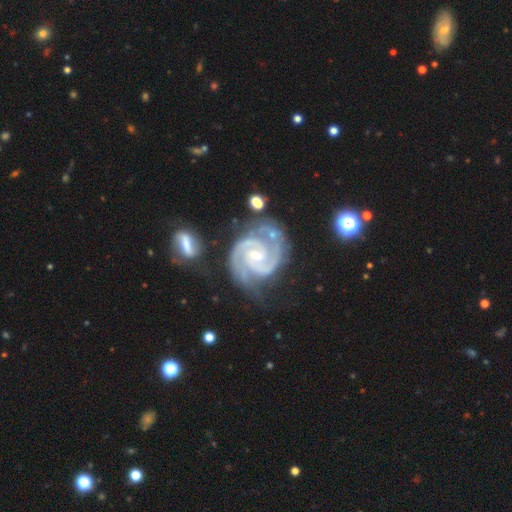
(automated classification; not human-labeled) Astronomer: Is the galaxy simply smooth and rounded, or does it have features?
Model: featured or disk — 93%.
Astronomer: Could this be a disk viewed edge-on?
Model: no — 98%.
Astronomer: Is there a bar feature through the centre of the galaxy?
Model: weak — 47% (runner-up: no, 33%).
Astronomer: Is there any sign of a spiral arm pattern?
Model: yes — 99%.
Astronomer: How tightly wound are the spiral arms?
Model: tight — 58% (runner-up: medium, 38%).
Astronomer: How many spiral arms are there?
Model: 2 — 84%.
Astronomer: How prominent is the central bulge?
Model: small — 62%.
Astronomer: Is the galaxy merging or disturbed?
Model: none — 64%.